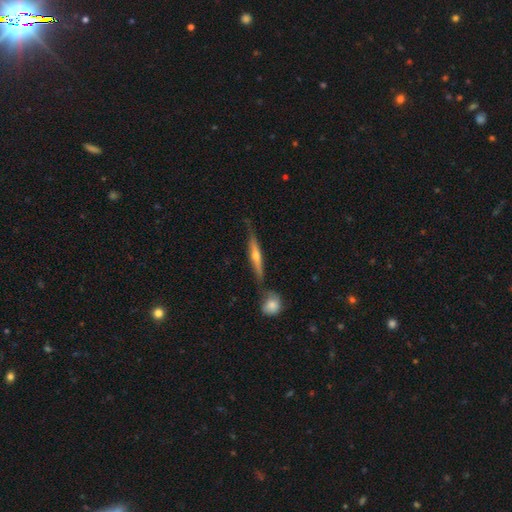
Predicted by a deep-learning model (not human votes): smooth-or-featured: featured or disk: 67% | smooth: 26% | star or artifact: 6%
  disk-edge-on: yes: 94% | no: 6%
    edge-on-bulge: rounded: 84% | none: 11% | boxy: 5%
  merging: none: 72% | minor disturbance: 14% | merger: 9% | major disturbance: 4%